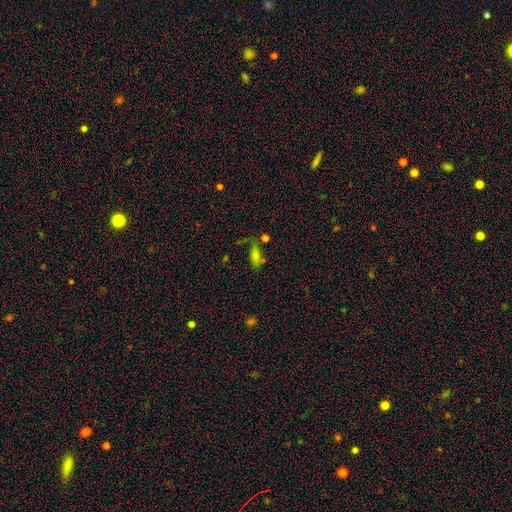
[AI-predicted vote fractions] smooth-or-featured: smooth: 71% | star or artifact: 19% | featured or disk: 11%
  how-rounded: in between: 82% | cigar-shaped: 13% | round: 5%
  merging: none: 48% | minor disturbance: 22% | merger: 18% | major disturbance: 12%